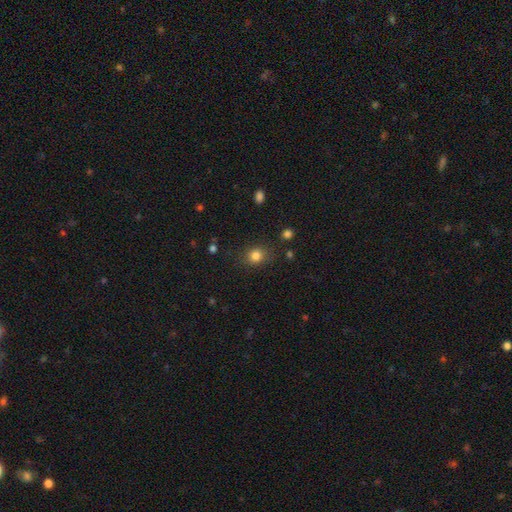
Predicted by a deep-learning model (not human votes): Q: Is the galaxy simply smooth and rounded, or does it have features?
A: smooth — 82%.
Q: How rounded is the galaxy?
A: round — 70%.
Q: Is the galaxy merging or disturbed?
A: none — 82%.